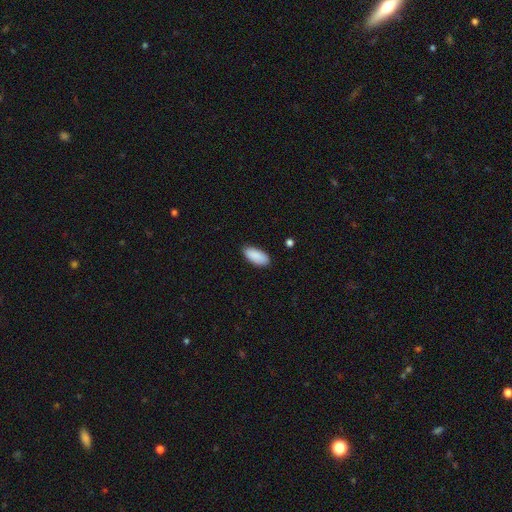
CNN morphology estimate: Smooth or featured? smooth (90%)
How rounded? in between (90%)
Merging? none (86%)